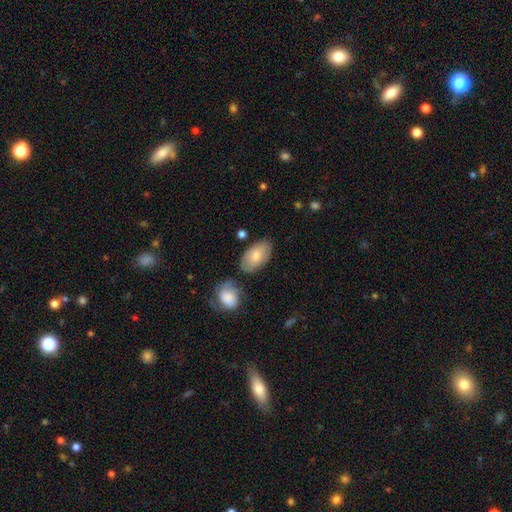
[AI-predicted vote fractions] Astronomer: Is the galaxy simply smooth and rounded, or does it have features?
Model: smooth — 80%.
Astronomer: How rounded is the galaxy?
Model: in between — 94%.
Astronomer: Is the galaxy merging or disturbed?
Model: none — 72%.